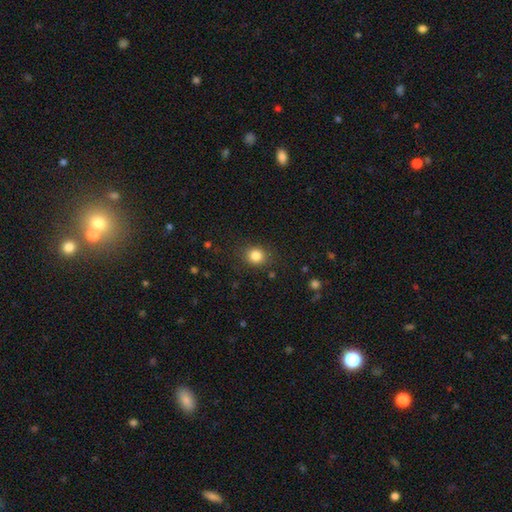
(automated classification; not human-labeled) Overall: smooth (84%). How rounded: round (79%). Merging: none (85%).